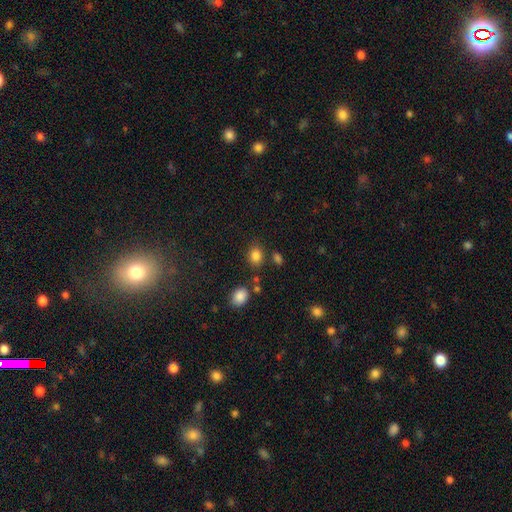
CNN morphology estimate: Smooth or featured?
  - smooth: 84% *
  - star or artifact: 11%
  - featured or disk: 5%
How rounded?
  - in between: 53% *
  - round: 46%
  - cigar-shaped: 1%
Merging?
  - none: 76% *
  - minor disturbance: 12%
  - merger: 7%
  - major disturbance: 4%